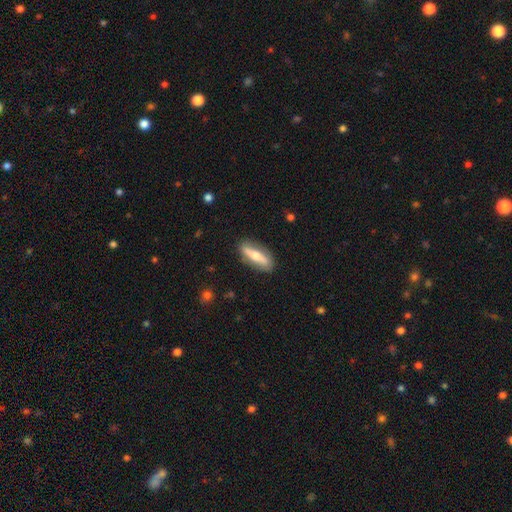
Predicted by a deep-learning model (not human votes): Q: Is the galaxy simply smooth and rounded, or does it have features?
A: featured or disk — 52%.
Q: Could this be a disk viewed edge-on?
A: yes — 63%.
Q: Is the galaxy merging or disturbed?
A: none — 86%.